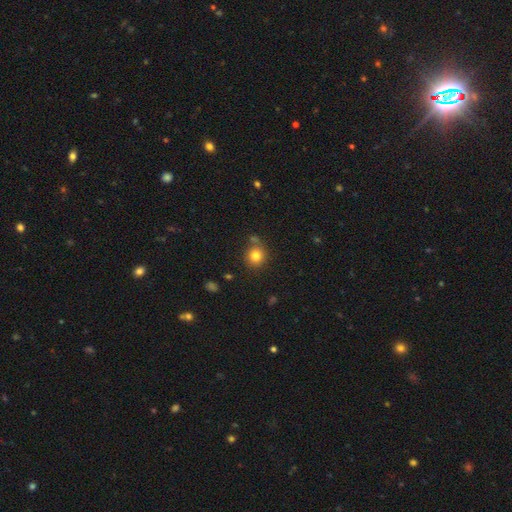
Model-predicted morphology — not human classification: Q: Smooth or featured?
A: smooth (81%); runner-up: star or artifact (12%)
Q: How rounded?
A: round (88%); runner-up: in between (11%)
Q: Merging?
A: none (74%); runner-up: merger (12%)